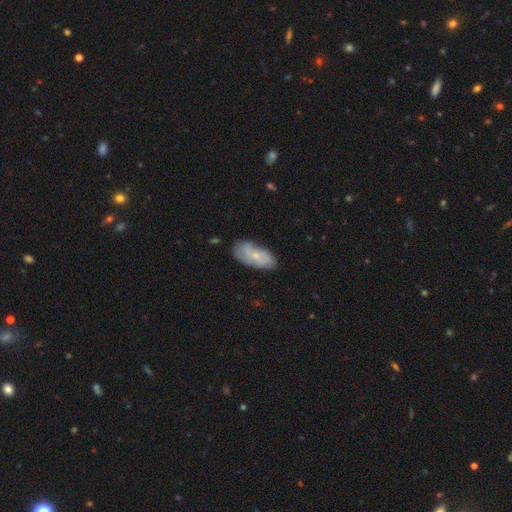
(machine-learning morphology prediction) Smooth or featured? Predicted: smooth (p=0.50). How rounded? Predicted: in between (p=0.86). Merging? Predicted: none (p=0.69).